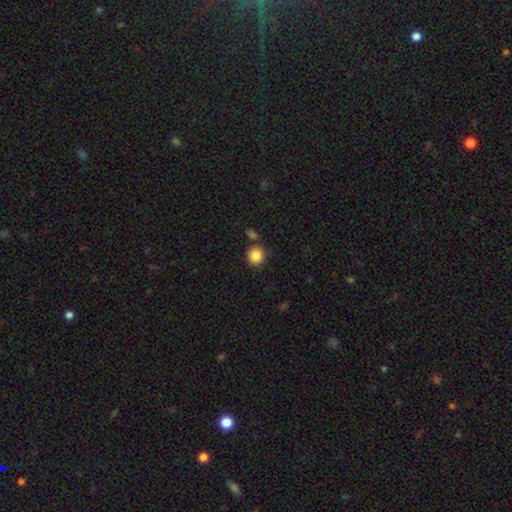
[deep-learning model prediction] The model was most divided on "merging": none: 78%, minor disturbance: 10%, merger: 9%, major disturbance: 3%. More confident: how rounded — round (91%); smooth or featured — smooth (87%).